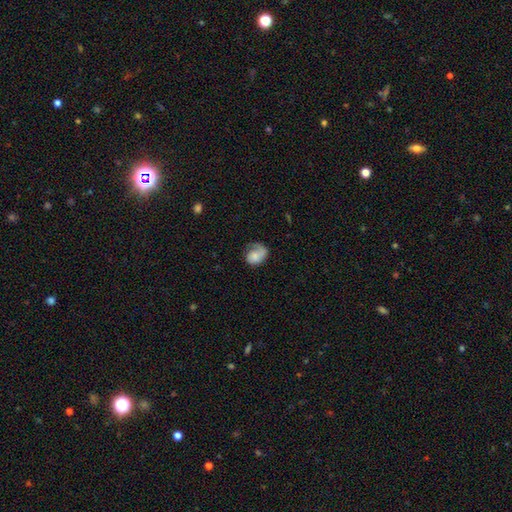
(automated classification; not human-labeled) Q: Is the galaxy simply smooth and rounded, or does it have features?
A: smooth — 61%.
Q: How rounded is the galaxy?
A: in between — 57%.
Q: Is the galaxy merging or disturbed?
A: none — 41%.